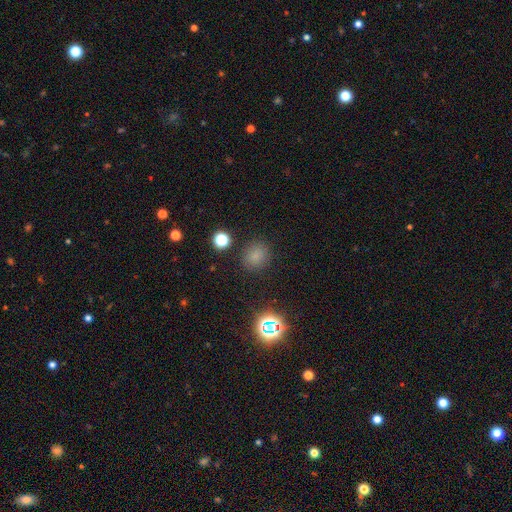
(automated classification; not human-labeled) smooth_or_featured: smooth (p=0.74) [alt: star or artifact p=0.20]
how_rounded: round (p=0.72) [alt: in between p=0.27]
merging: none (p=0.85) [alt: minor disturbance p=0.09]